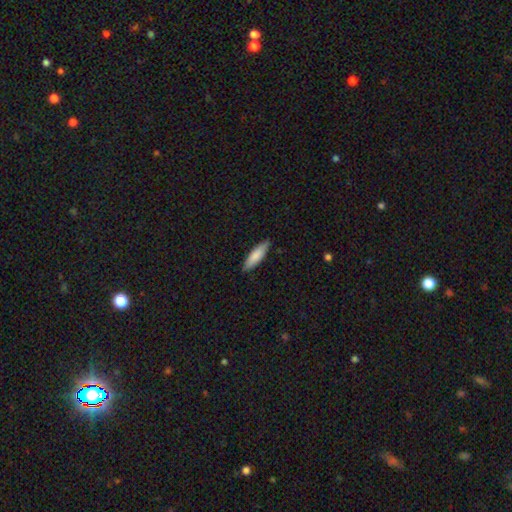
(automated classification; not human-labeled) Smooth or featured? smooth (82%)
How rounded? cigar-shaped (60%)
Merging? none (86%)